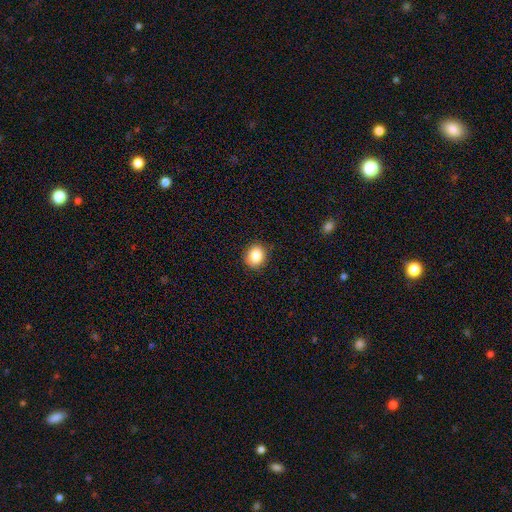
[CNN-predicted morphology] The model was most divided on "how rounded": round: 68%, in between: 31%, cigar-shaped: 1%. More confident: merging — none (88%); smooth or featured — smooth (85%).